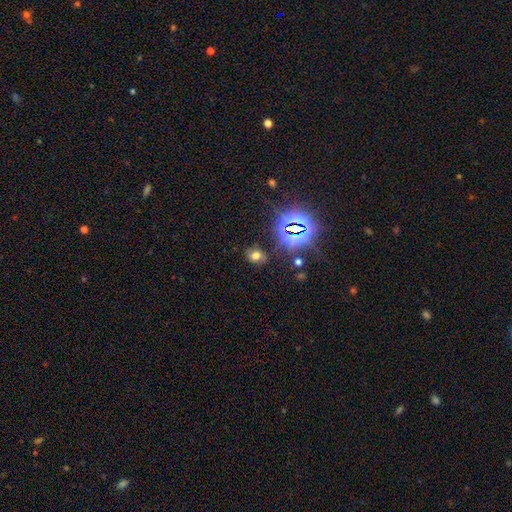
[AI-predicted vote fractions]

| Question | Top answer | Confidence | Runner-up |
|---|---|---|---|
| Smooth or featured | smooth | 56% | star or artifact (31%) |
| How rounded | in between | 67% | round (32%) |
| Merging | none | 78% | minor disturbance (14%) |